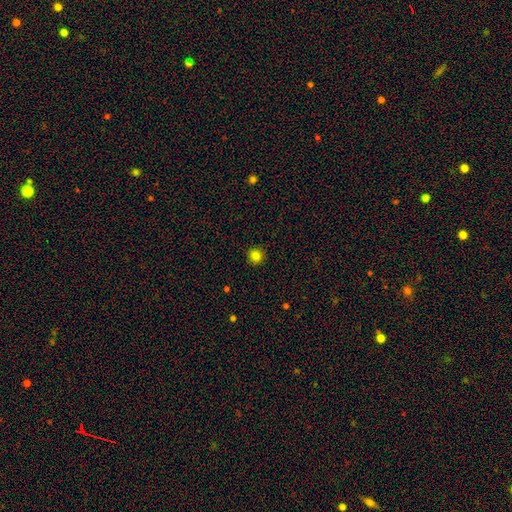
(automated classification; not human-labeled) Q: Smooth or featured?
A: smooth (83%); runner-up: star or artifact (13%)
Q: How rounded?
A: round (93%); runner-up: in between (6%)
Q: Merging?
A: none (92%); runner-up: minor disturbance (5%)